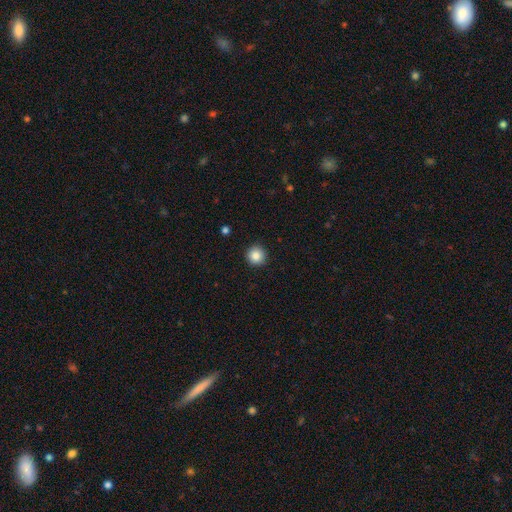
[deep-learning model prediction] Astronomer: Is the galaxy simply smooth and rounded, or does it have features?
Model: smooth — 86%.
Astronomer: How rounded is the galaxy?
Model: round — 96%.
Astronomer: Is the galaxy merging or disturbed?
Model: none — 92%.